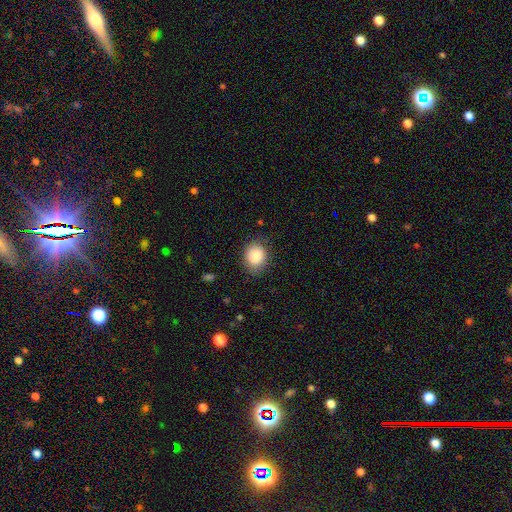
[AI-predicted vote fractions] Smooth or featured?
  - smooth: 87% *
  - star or artifact: 8%
  - featured or disk: 5%
How rounded?
  - round: 54% *
  - in between: 45%
  - cigar-shaped: 1%
Merging?
  - none: 80% *
  - minor disturbance: 15%
  - major disturbance: 4%
  - merger: 1%